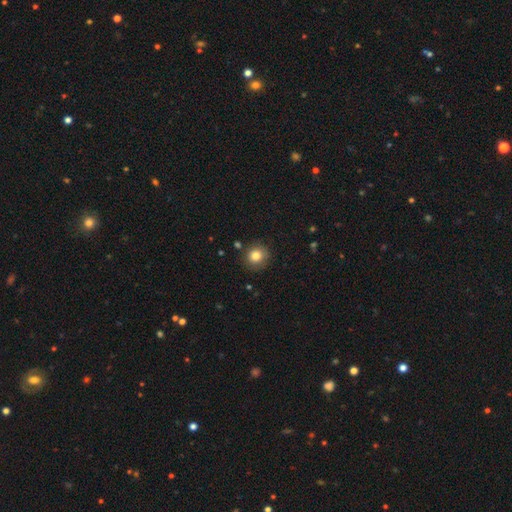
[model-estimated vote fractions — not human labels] Smooth or featured? smooth (82%)
How rounded? round (90%)
Merging? none (85%)